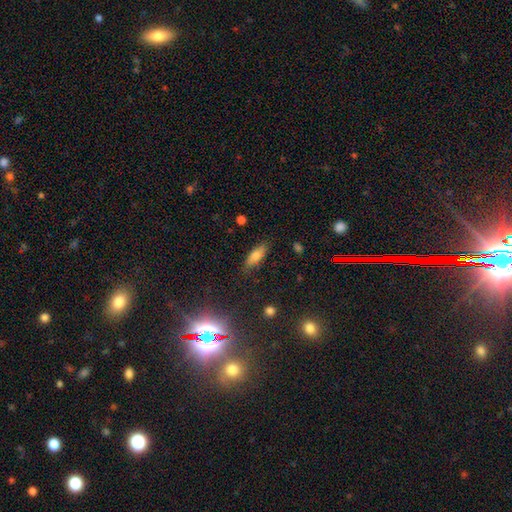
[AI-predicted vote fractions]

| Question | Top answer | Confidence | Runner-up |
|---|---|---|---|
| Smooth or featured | smooth | 70% | featured or disk (19%) |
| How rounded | in between | 63% | cigar-shaped (34%) |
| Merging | none | 83% | minor disturbance (12%) |